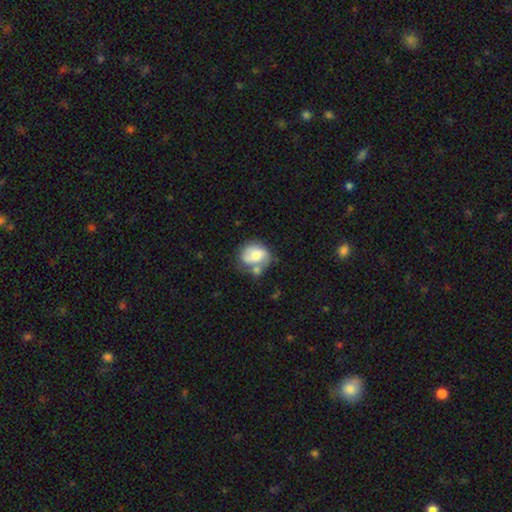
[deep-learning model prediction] Smooth or featured? smooth (56%)
How rounded? round (54%)
Merging? none (38%)